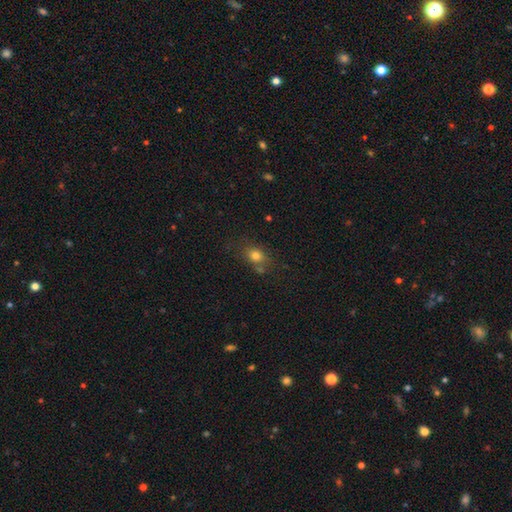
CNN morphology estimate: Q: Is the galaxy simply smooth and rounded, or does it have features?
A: smooth — 77%.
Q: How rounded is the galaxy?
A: round — 53%.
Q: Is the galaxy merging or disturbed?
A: none — 65%.